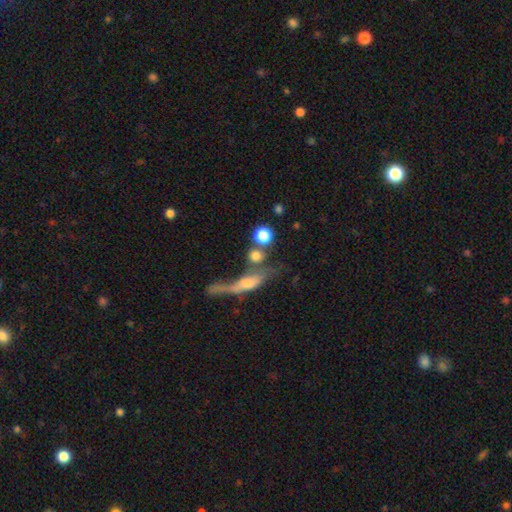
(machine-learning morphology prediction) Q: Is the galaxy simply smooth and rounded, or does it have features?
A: smooth — 73%.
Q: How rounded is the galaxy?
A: round — 77%.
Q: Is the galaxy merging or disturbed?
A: none — 48%.